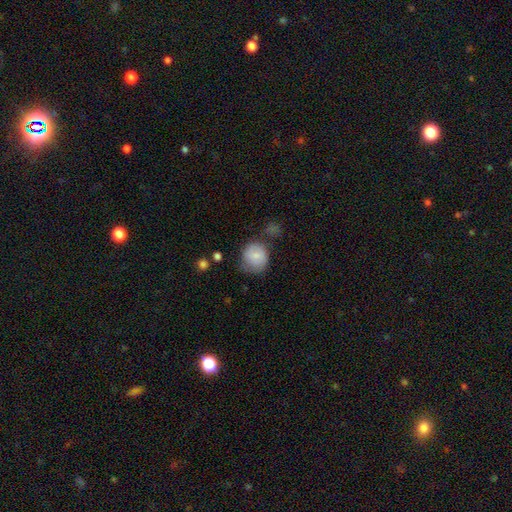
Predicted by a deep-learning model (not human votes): Overall: smooth (79%). How rounded: round (78%). Merging: none (58%; minor disturbance 26%).